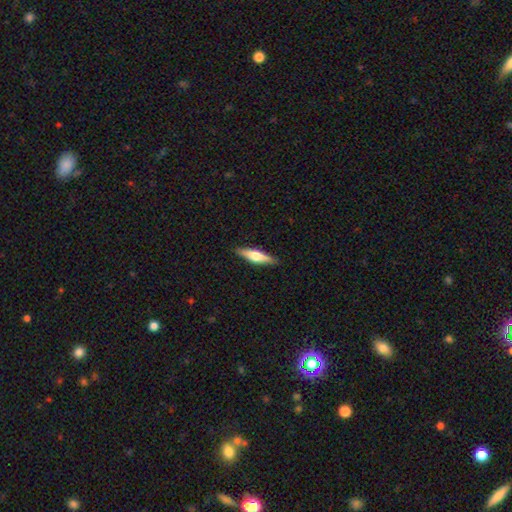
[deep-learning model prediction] smooth-or-featured: featured or disk: 53% | smooth: 42% | star or artifact: 6%
  disk-edge-on: yes: 96% | no: 4%
    edge-on-bulge: rounded: 91% | boxy: 7% | none: 3%
  merging: none: 90% | minor disturbance: 8% | major disturbance: 2% | merger: 1%